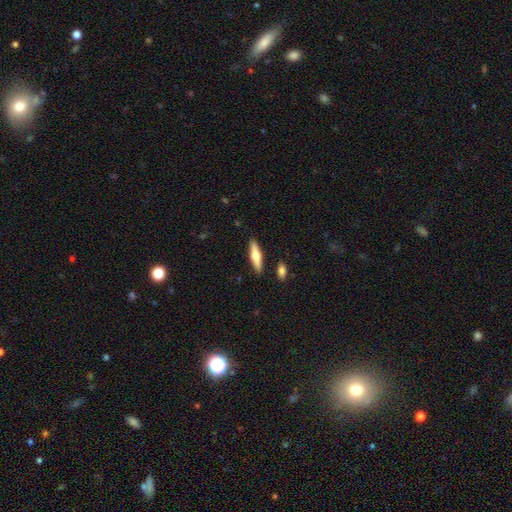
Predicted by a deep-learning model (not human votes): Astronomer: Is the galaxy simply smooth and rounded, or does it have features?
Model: featured or disk — 48% (runner-up: smooth, 47%).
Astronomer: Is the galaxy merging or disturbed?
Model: none — 88%.